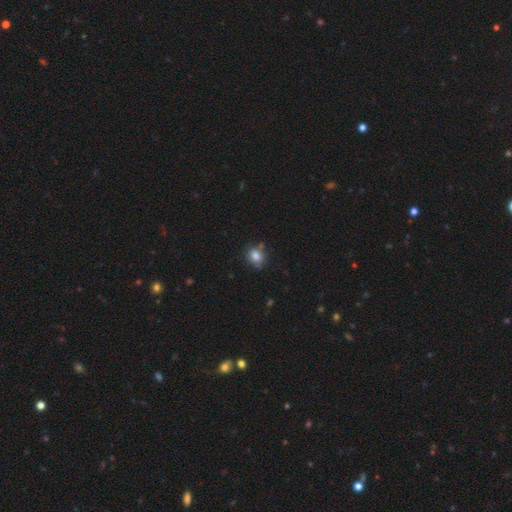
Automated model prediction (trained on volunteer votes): smooth 81%, star or artifact 11%, featured or disk 8%. Down the decision tree: how rounded — round (58%); merging — none (68%).